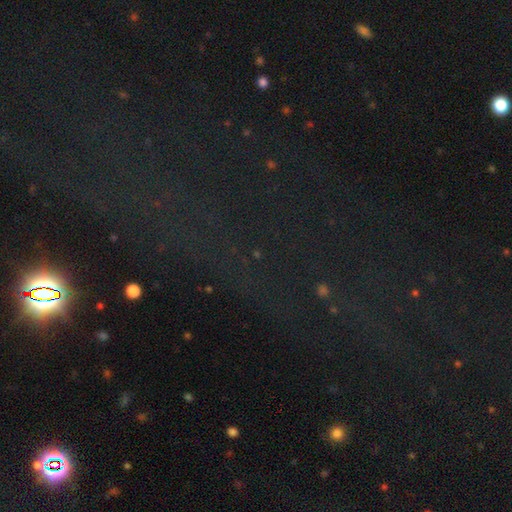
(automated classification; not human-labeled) A star or artifact, not a galaxy (77%).